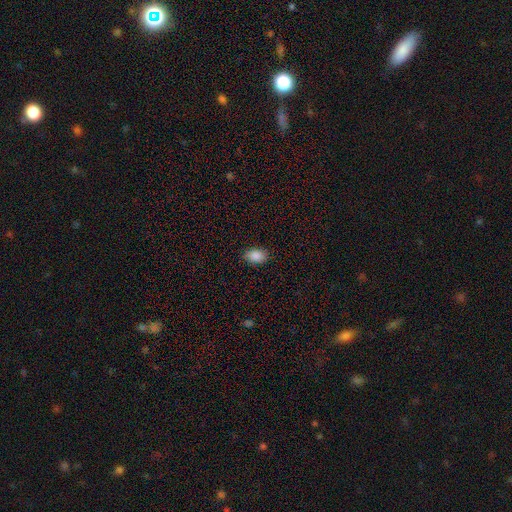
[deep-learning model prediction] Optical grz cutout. It shows a smooth galaxy with no disk features (88%) that is in between round and cigar-shaped (87%). Merging: none (87%).